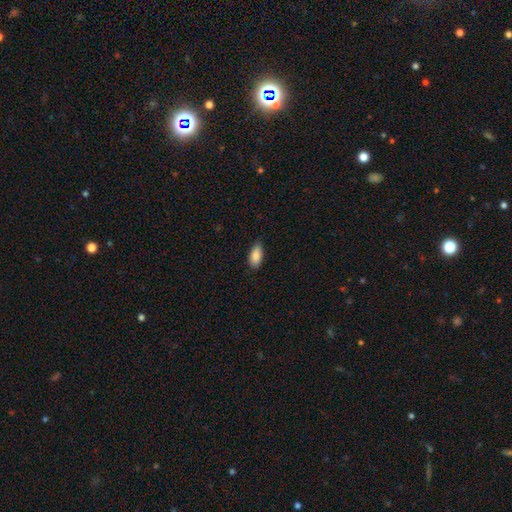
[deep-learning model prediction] smooth 87%, star or artifact 7%, featured or disk 6%. Down the decision tree: how rounded — in between (91%); merging — none (81%).